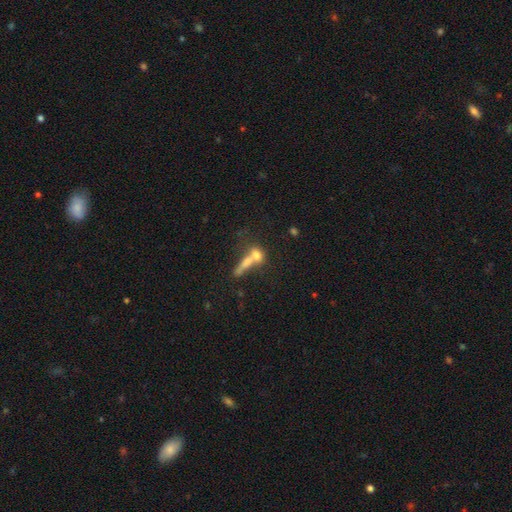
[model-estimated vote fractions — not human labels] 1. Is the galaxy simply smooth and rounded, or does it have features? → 62% smooth, 26% featured or disk, 12% star or artifact.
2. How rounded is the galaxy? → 41% in between, 30% round, 29% cigar-shaped.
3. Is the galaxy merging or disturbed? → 58% merger, 25% none, 9% major disturbance, 8% minor disturbance.